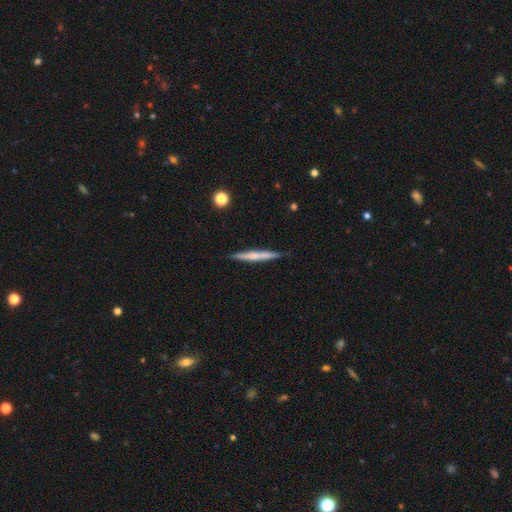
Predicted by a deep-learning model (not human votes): Smooth or featured? Predicted: featured or disk (p=0.51). Edge-on disk? Predicted: yes (p=0.97). Merging? Predicted: none (p=0.89).